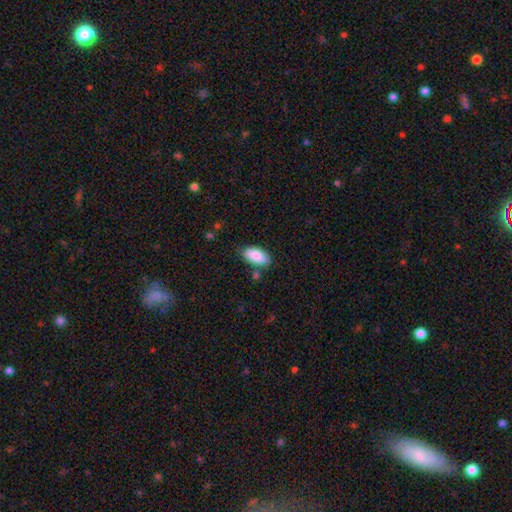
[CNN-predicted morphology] type=smooth (87%); roundness=in between (94%); merging=none (77%).